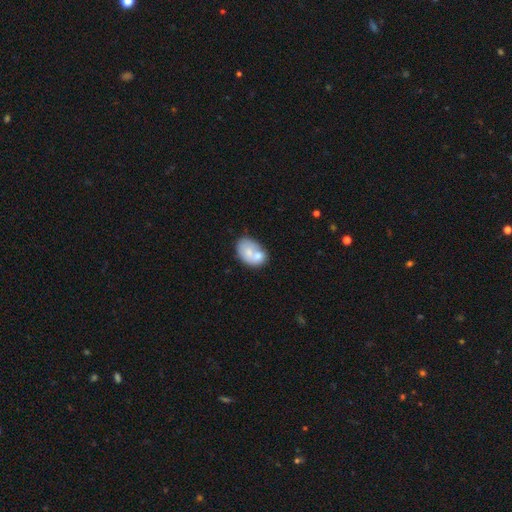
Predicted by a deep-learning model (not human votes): The model was most divided on "merging": merger: 50%, none: 28%, minor disturbance: 15%, major disturbance: 7%. More confident: how rounded — in between (80%); smooth or featured — smooth (67%).